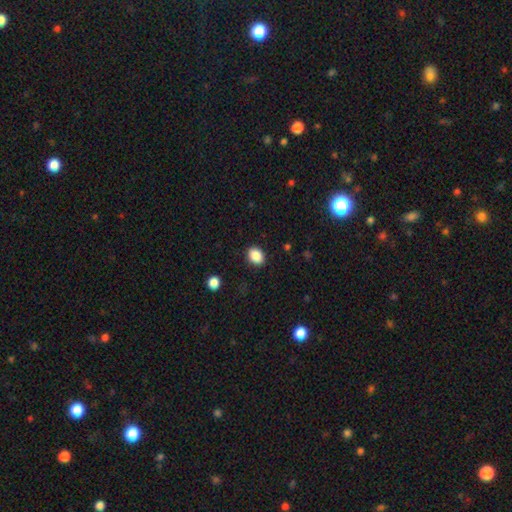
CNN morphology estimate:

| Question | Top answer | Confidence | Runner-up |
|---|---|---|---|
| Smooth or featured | smooth | 87% | star or artifact (9%) |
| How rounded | in between | 63% | round (36%) |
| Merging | none | 88% | minor disturbance (8%) |